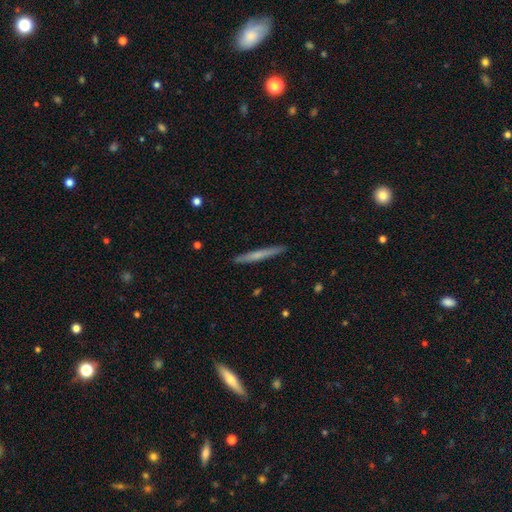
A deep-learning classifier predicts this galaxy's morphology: This is possibly a smooth galaxy (48%). Merging: clearly none (91%).